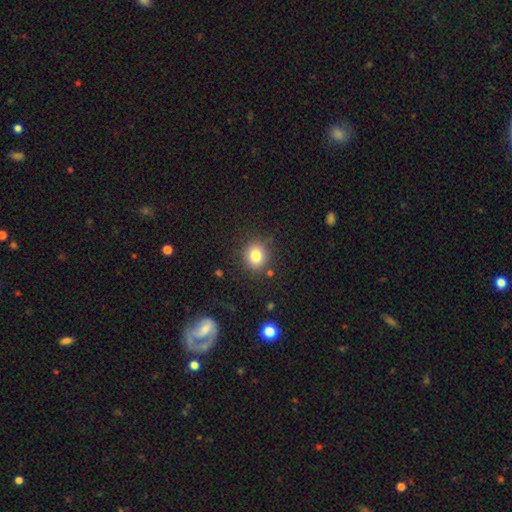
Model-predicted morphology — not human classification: This is clearly a smooth galaxy (81%). How rounded: likely round (77%). Merging: clearly none (85%).